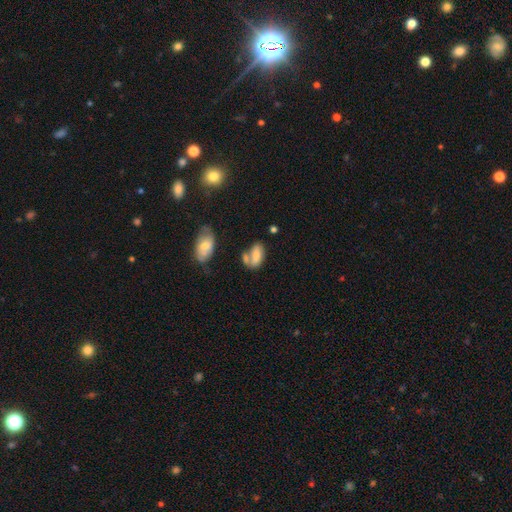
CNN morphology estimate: The model was most divided on "merging": none: 36%, merger: 35%, minor disturbance: 19%, major disturbance: 11%. More confident: how rounded — in between (89%); smooth or featured — smooth (71%).